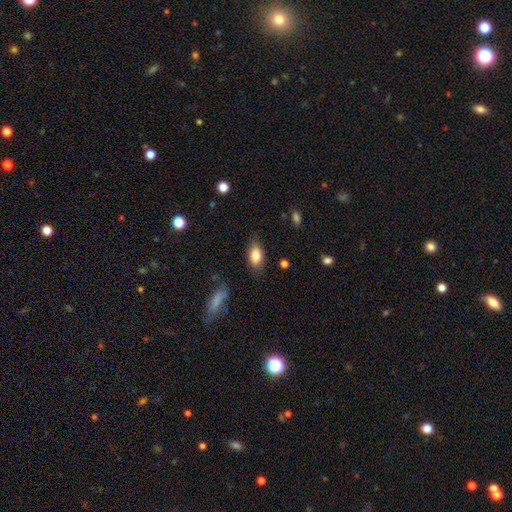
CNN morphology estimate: A smooth galaxy with no disk features (82%) that is in between round and cigar-shaped (90%).

Vote fractions:
- Smooth or featured? smooth: 82% / featured or disk: 10% / star or artifact: 7%
- How rounded? in between: 90% / round: 6% / cigar-shaped: 4%
- Merging? none: 79% / minor disturbance: 15% / major disturbance: 4% / merger: 2%